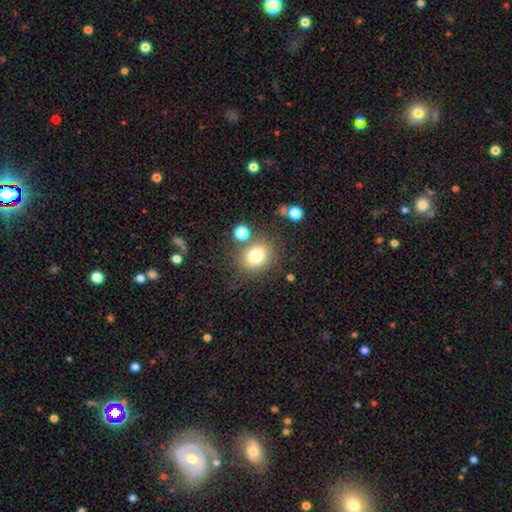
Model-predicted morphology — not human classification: Smooth or featured? smooth (77%)
How rounded? round (63%)
Merging? none (75%)